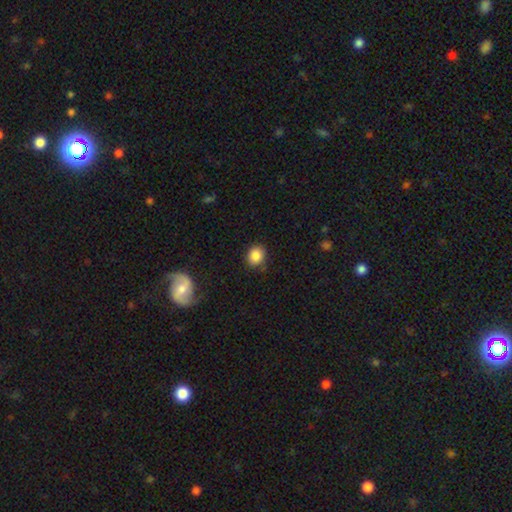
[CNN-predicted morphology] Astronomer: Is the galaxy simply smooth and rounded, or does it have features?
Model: smooth — 85%.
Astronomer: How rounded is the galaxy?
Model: round — 68%.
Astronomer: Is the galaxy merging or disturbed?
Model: none — 80%.